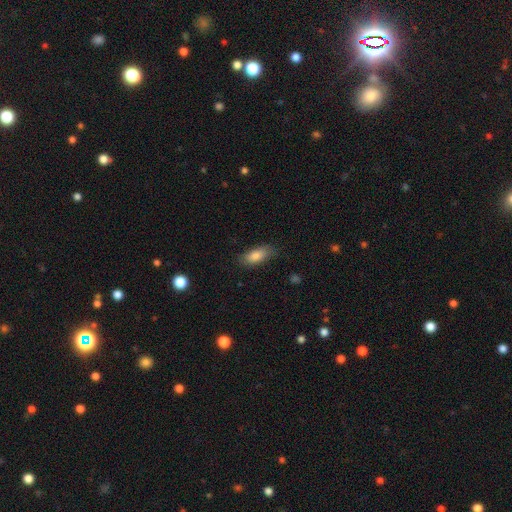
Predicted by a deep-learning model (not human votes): This is clearly a smooth galaxy (83%). How rounded: clearly in between (83%). Merging: likely none (79%).